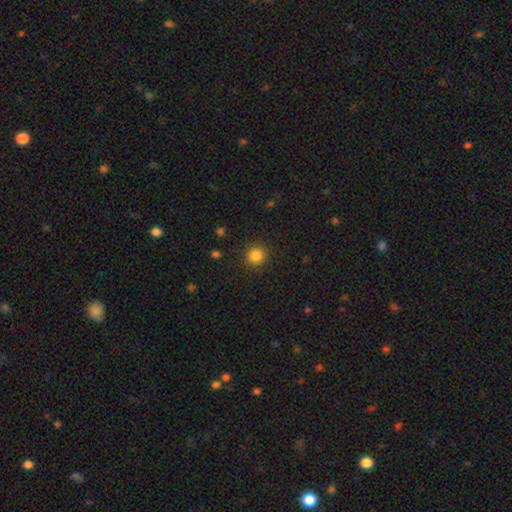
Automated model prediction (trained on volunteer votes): This is clearly a smooth galaxy (85%). How rounded: clearly round (90%). Merging: clearly none (90%).